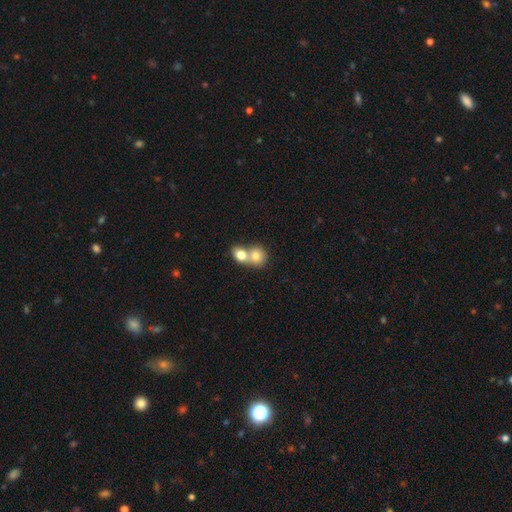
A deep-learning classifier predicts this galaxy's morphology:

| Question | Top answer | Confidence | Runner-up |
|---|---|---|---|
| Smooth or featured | smooth | 77% | featured or disk (15%) |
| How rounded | round | 64% | in between (35%) |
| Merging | merger | 70% | none (23%) |